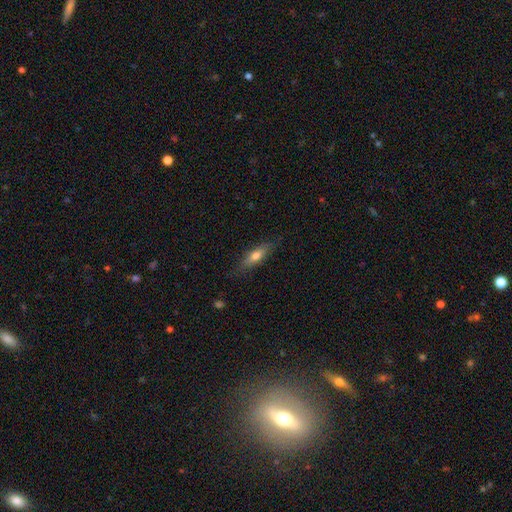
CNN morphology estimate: The model was most divided on "how rounded": cigar-shaped: 54%, in between: 44%, round: 2%. More confident: merging — none (80%); smooth or featured — smooth (65%).